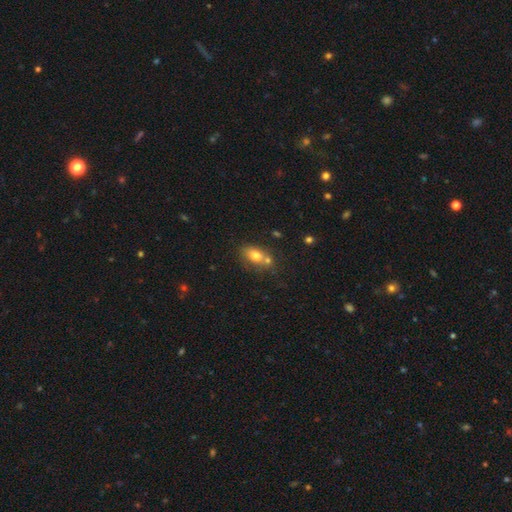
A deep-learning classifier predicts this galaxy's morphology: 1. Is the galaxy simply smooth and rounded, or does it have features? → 74% smooth, 16% featured or disk, 10% star or artifact.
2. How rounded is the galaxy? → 78% in between, 18% round, 4% cigar-shaped.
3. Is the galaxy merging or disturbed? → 48% none, 32% merger, 15% minor disturbance, 5% major disturbance.